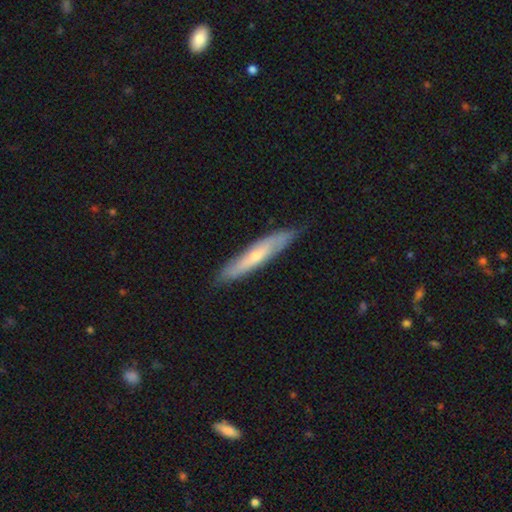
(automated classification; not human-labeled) featured or disk 49%, smooth 45%, star or artifact 6%. Down the decision tree: merging — none (81%).